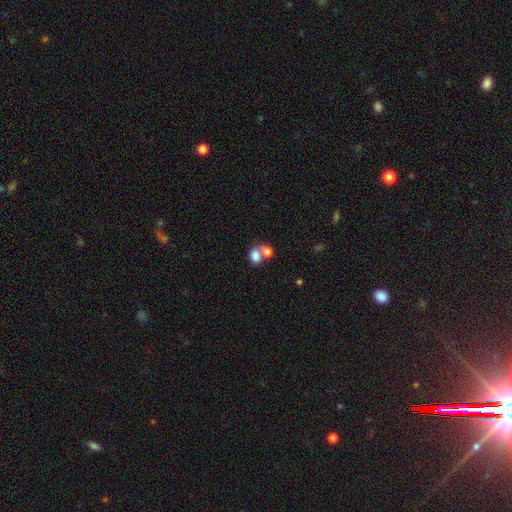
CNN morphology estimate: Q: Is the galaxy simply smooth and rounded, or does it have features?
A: smooth — 79%.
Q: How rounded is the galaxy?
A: in between — 61%.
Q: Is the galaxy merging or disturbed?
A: merger — 58%.